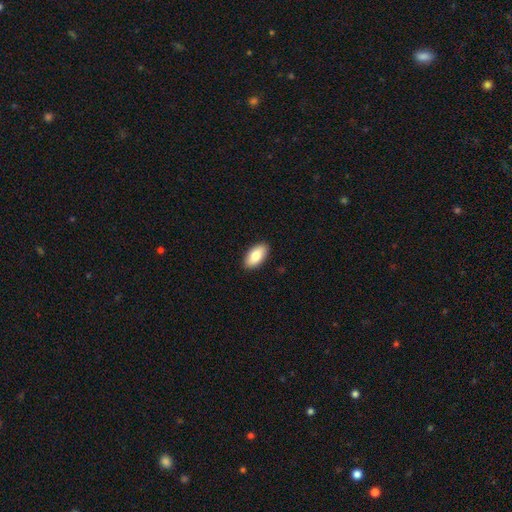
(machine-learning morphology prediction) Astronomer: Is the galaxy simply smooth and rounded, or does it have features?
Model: smooth — 82%.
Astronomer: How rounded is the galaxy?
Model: in between — 92%.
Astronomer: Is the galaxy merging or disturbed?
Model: none — 90%.